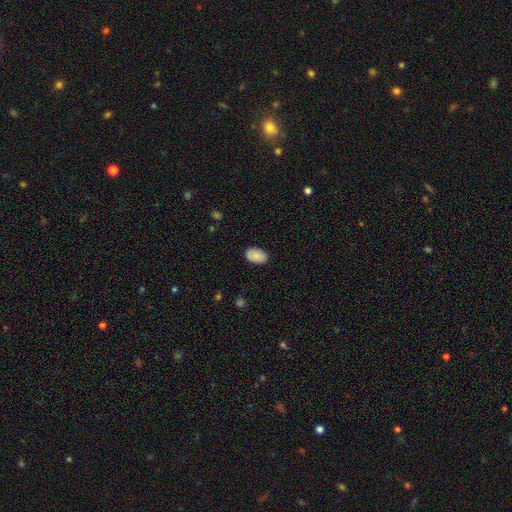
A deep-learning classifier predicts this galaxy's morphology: This is clearly a smooth galaxy (87%). How rounded: clearly in between (92%). Merging: clearly none (87%).